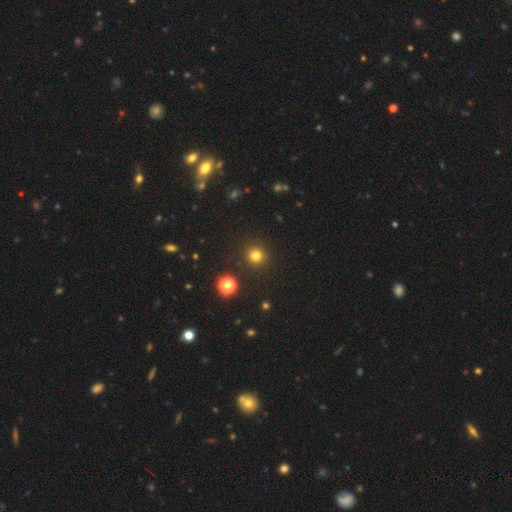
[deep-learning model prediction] Smooth or featured? Predicted: smooth (p=0.78). How rounded? Predicted: round (p=0.95). Merging? Predicted: none (p=0.91).